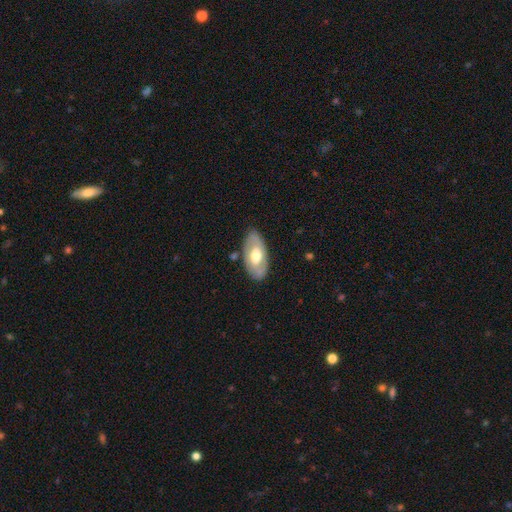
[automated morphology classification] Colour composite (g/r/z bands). It shows a smooth galaxy with no disk features (49%). Merging: none (80%).